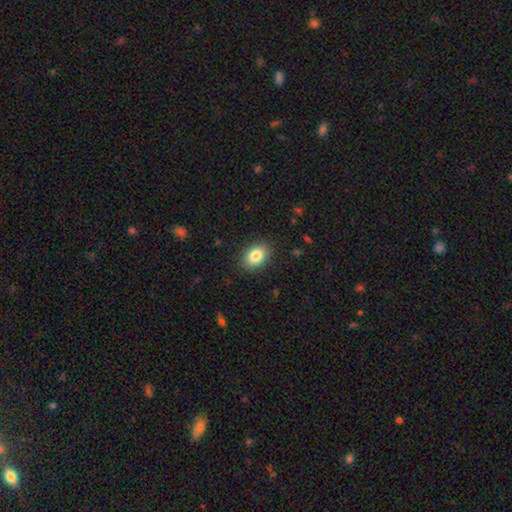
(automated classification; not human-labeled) smooth_or_featured: smooth (p=0.84) [alt: star or artifact p=0.08]
how_rounded: in between (p=0.81) [alt: round p=0.17]
merging: none (p=0.88) [alt: minor disturbance p=0.09]